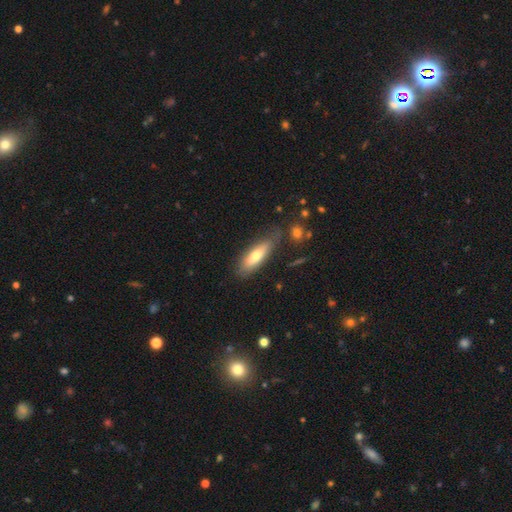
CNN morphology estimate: smooth_or_featured: smooth (p=0.70) [alt: featured or disk p=0.24]
how_rounded: in between (p=0.51) [alt: cigar-shaped p=0.47]
merging: none (p=0.73) [alt: minor disturbance p=0.18]